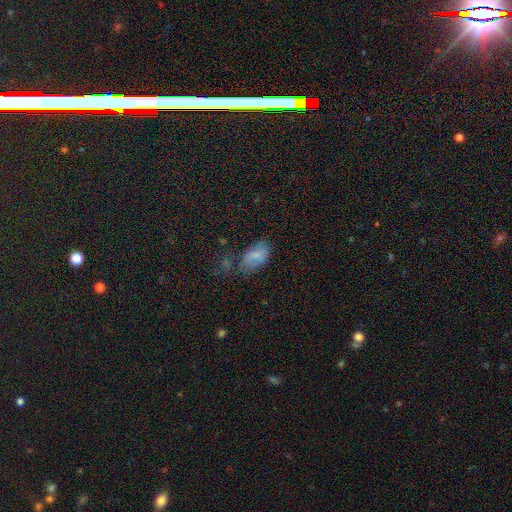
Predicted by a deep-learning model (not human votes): Smooth or featured?
  - smooth: 75% *
  - featured or disk: 14%
  - star or artifact: 11%
How rounded?
  - in between: 92% *
  - round: 5%
  - cigar-shaped: 3%
Merging?
  - none: 51% *
  - minor disturbance: 28%
  - major disturbance: 14%
  - merger: 6%